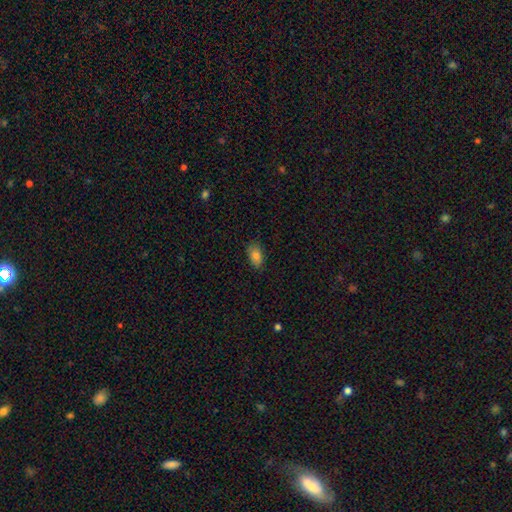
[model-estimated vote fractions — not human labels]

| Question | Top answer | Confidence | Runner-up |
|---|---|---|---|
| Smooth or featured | smooth | 84% | star or artifact (8%) |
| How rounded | in between | 91% | round (7%) |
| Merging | none | 81% | minor disturbance (15%) |